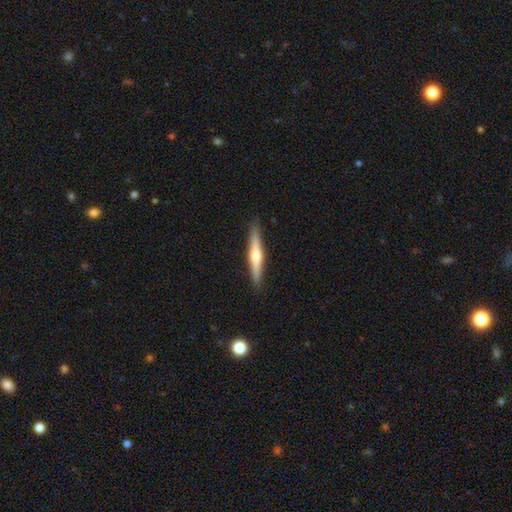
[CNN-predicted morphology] Smooth or featured: featured or disk — 60% (smooth — 34%)
Edge-on disk: yes — 97% (no — 3%)
Edge-on bulge: rounded — 90% (none — 6%)
Merging: none — 90% (minor disturbance — 7%)